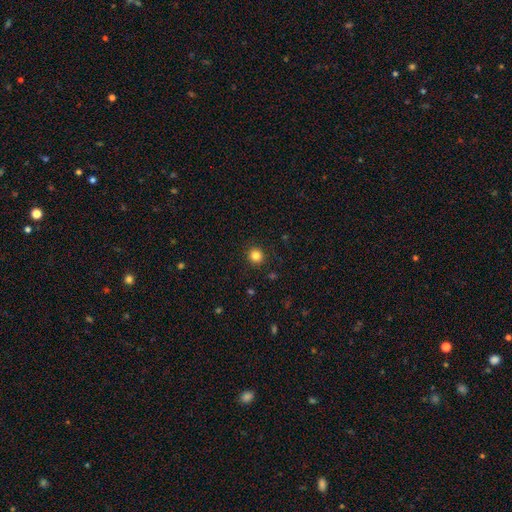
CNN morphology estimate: This appears to be a smooth galaxy with no disk features (84%) that is round (92%). Merging: none (91%).